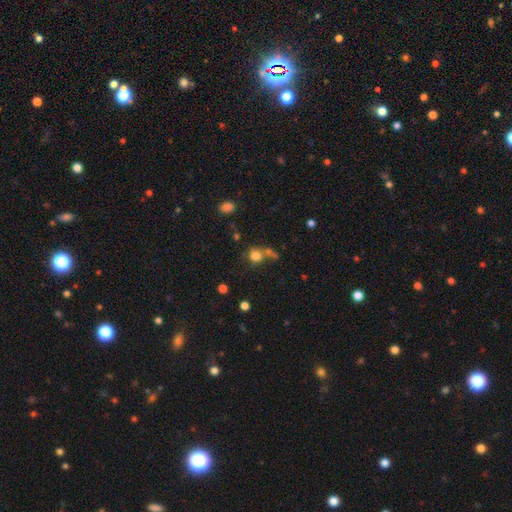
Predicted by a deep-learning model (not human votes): This is likely a smooth galaxy (77%). How rounded: clearly round (87%). Merging: possibly none (56%).